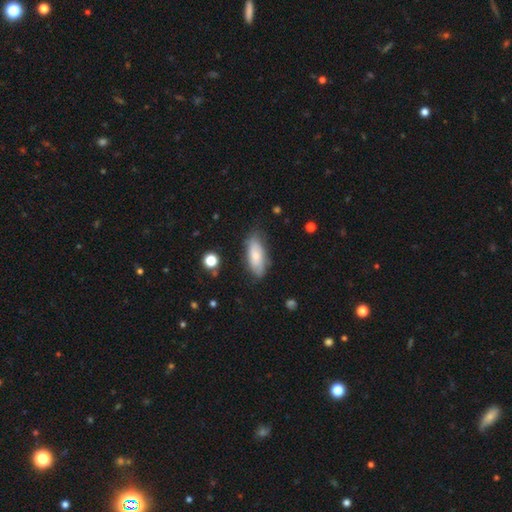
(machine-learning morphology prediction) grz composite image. It shows a smooth galaxy with no disk features (65%) that is in between round and cigar-shaped (79%). Merging: none (71%).